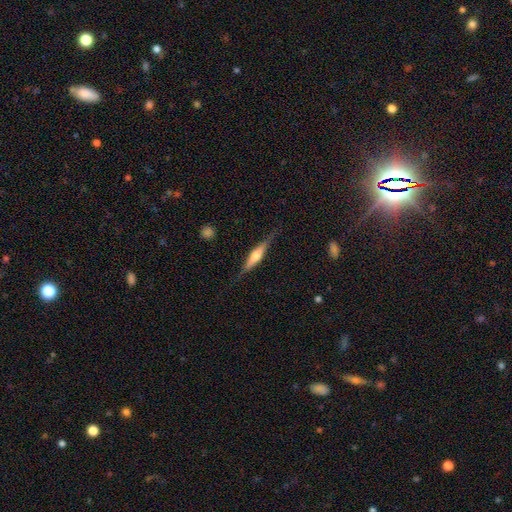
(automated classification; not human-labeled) Q: Smooth or featured?
A: featured or disk (64%); runner-up: smooth (30%)
Q: Edge-on disk?
A: yes (96%); runner-up: no (4%)
Q: Edge-on bulge?
A: rounded (85%); runner-up: boxy (9%)
Q: Merging?
A: none (83%); runner-up: minor disturbance (13%)